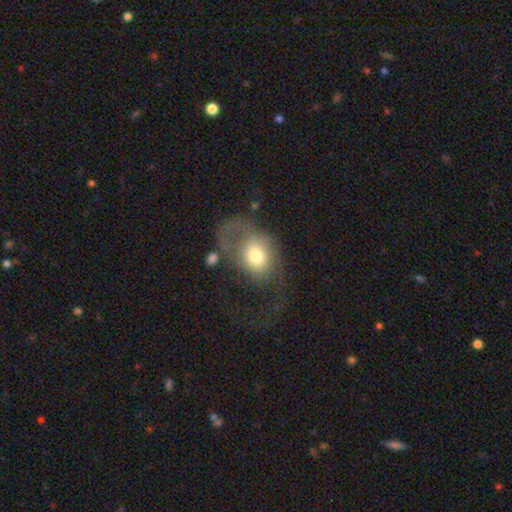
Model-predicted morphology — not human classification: A smooth galaxy with no disk features (61%) that is in between round and cigar-shaped (66%).

Vote fractions:
- Smooth or featured? smooth: 61% / featured or disk: 32% / star or artifact: 8%
- How rounded? in between: 66% / round: 32% / cigar-shaped: 1%
- Merging? major disturbance: 59% / none: 20% / minor disturbance: 16% / merger: 5%